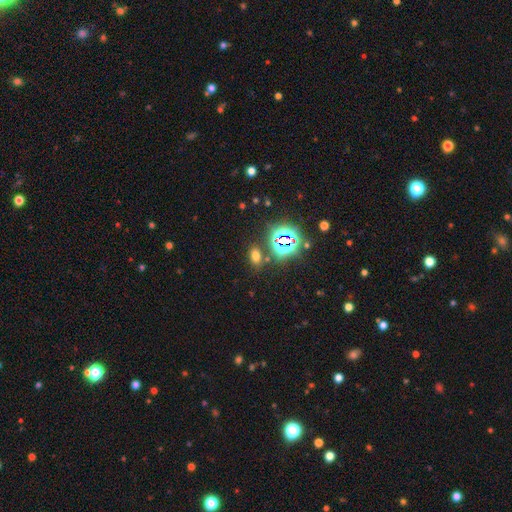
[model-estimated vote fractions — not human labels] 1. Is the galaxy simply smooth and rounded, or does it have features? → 57% smooth, 36% star or artifact, 7% featured or disk.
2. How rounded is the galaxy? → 79% in between, 18% round, 2% cigar-shaped.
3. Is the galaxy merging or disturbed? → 78% none, 10% minor disturbance, 7% merger, 4% major disturbance.